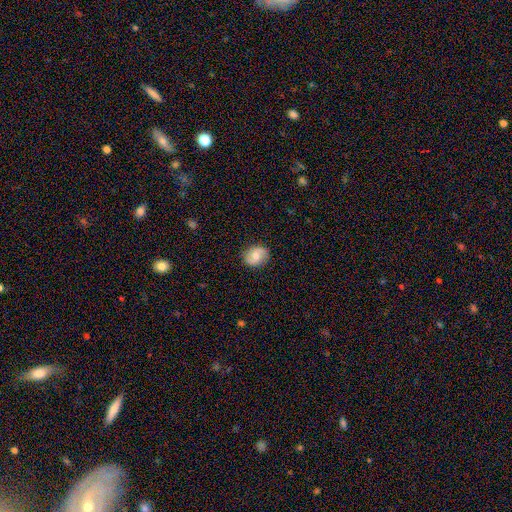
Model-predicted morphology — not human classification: Smooth or featured?
  - smooth: 53% *
  - featured or disk: 39%
  - star or artifact: 8%
How rounded?
  - round: 54% *
  - in between: 45%
  - cigar-shaped: 1%
Merging?
  - none: 85% *
  - minor disturbance: 12%
  - major disturbance: 3%
  - merger: 1%